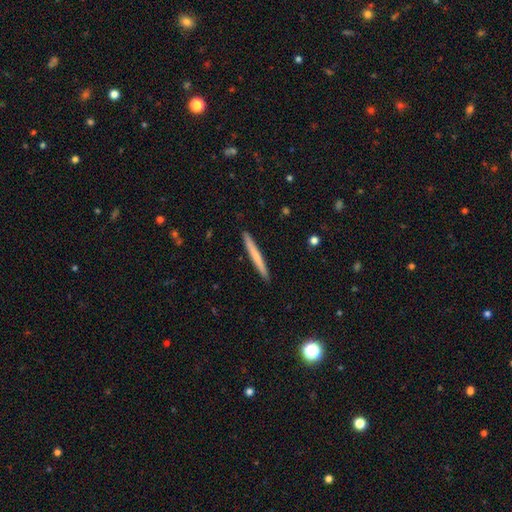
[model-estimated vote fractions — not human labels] Q: Smooth or featured?
A: smooth (64%); runner-up: featured or disk (30%)
Q: How rounded?
A: cigar-shaped (97%); runner-up: in between (2%)
Q: Merging?
A: none (93%); runner-up: minor disturbance (5%)